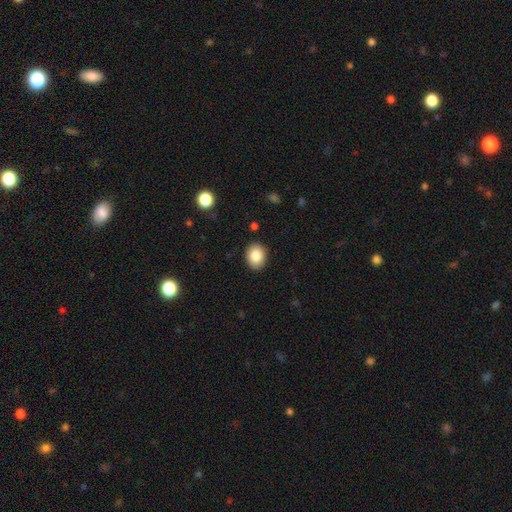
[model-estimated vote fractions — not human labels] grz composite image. It shows a smooth galaxy with no disk features (85%) that is in between round and cigar-shaped (58%). Merging: none (89%).